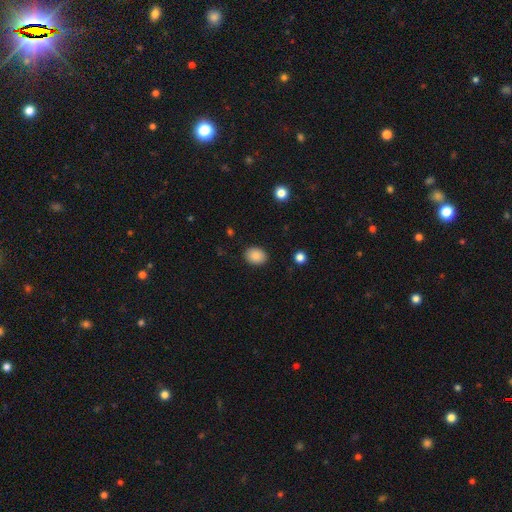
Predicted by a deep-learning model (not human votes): The model was most divided on "how rounded": in between: 58%, round: 41%, cigar-shaped: 1%. More confident: merging — none (89%); smooth or featured — smooth (88%).